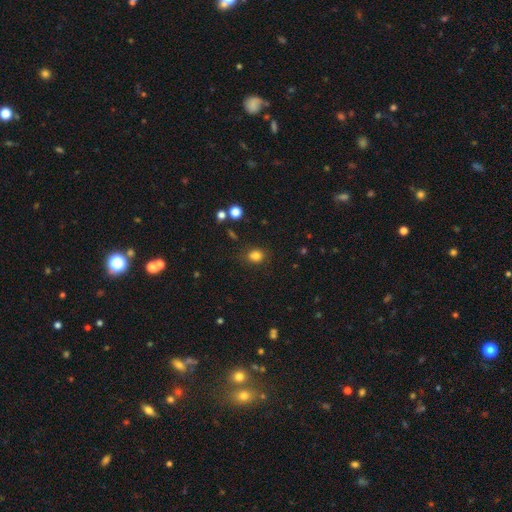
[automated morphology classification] Smooth or featured? Predicted: smooth (p=0.82). How rounded? Predicted: round (p=0.61). Merging? Predicted: none (p=0.81).